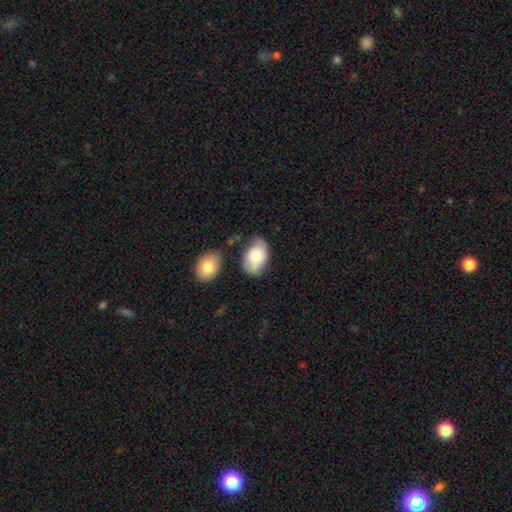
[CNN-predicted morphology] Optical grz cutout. It shows a smooth galaxy with no disk features (76%) that is in between round and cigar-shaped (90%). Merging: none (57%).